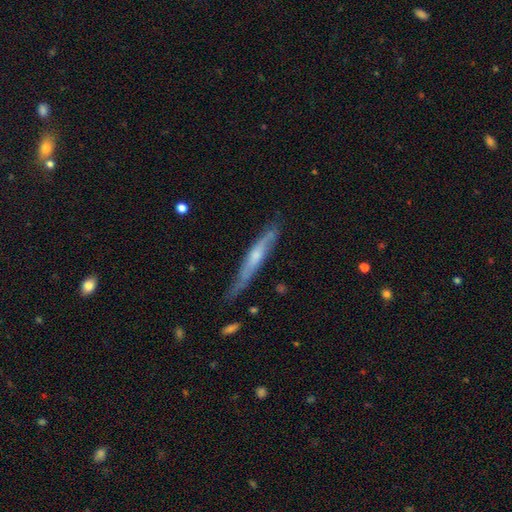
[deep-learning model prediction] smooth_or_featured: featured or disk (p=0.58) [alt: smooth p=0.37]
disk_edge_on: yes (p=0.82) [alt: no p=0.18]
merging: none (p=0.62) [alt: minor disturbance p=0.29]